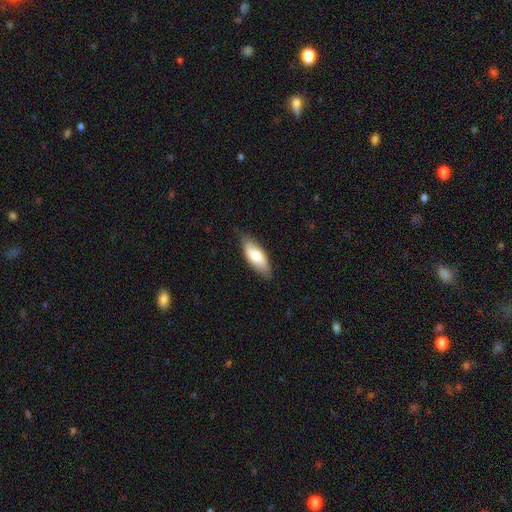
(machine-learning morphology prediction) Q: Smooth or featured?
A: smooth (72%); runner-up: featured or disk (23%)
Q: How rounded?
A: in between (71%); runner-up: cigar-shaped (27%)
Q: Merging?
A: none (81%); runner-up: minor disturbance (16%)